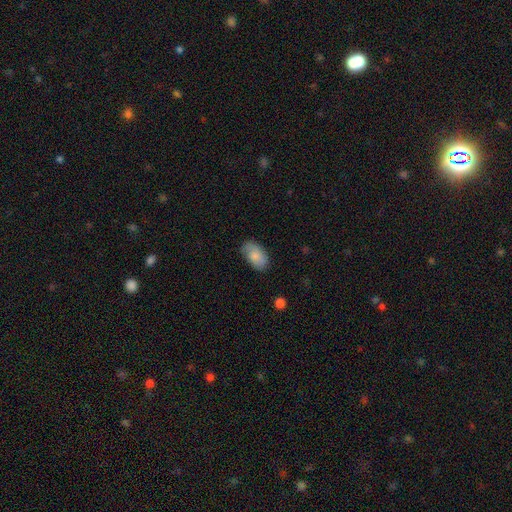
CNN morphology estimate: The model was most divided on "merging": none: 72%, minor disturbance: 22%, major disturbance: 5%, merger: 1%. More confident: how rounded — in between (94%); smooth or featured — smooth (80%).